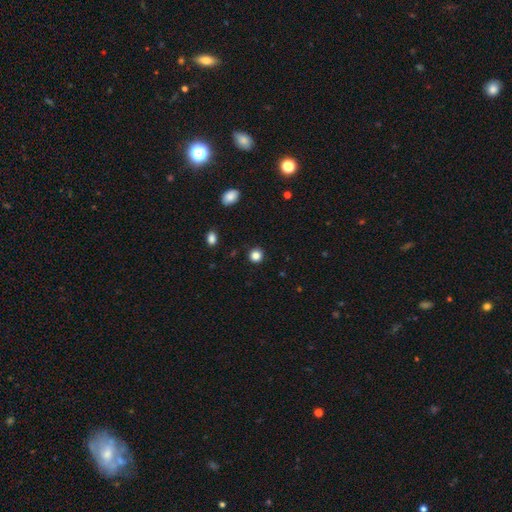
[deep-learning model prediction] Smooth or featured? Predicted: smooth (p=0.85). How rounded? Predicted: round (p=0.91). Merging? Predicted: none (p=0.91).